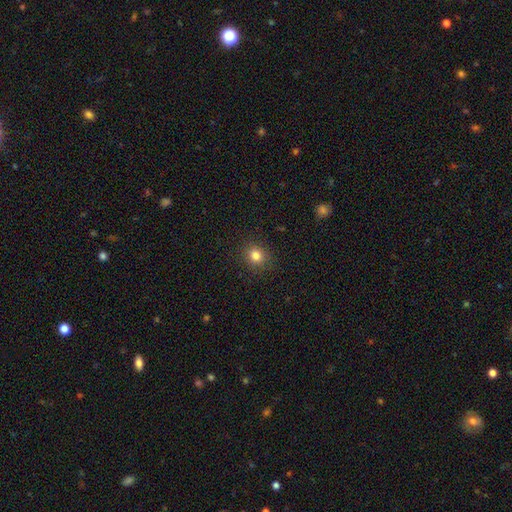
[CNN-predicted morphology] Smooth or featured? smooth (82%)
How rounded? round (81%)
Merging? none (90%)